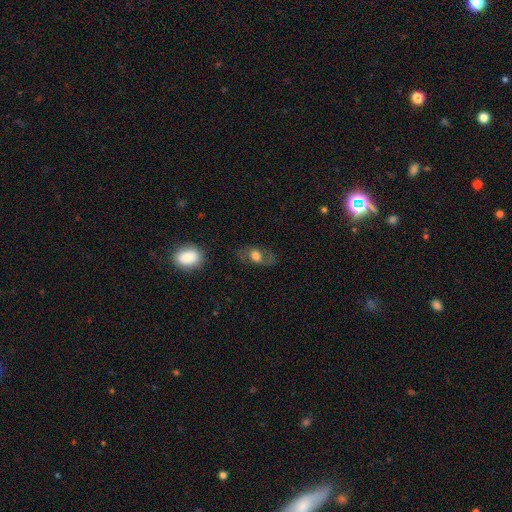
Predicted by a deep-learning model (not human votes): A smooth galaxy with no disk features (50%).

Vote fractions:
- Smooth or featured? smooth: 50% / featured or disk: 40% / star or artifact: 11%
- Merging? none: 67% / minor disturbance: 17% / major disturbance: 14% / merger: 2%